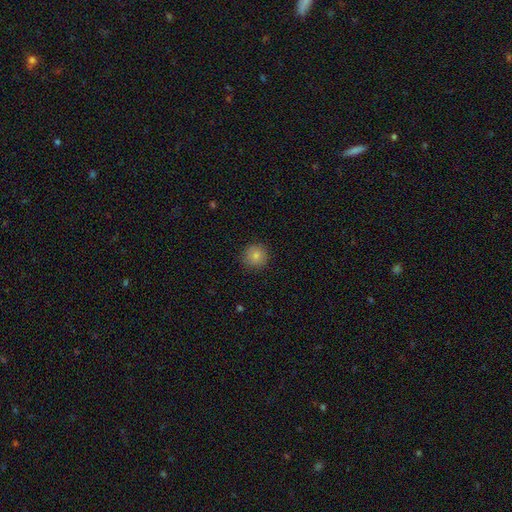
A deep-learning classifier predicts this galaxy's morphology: Smooth or featured?
  - smooth: 82% *
  - star or artifact: 10%
  - featured or disk: 8%
How rounded?
  - round: 94% *
  - in between: 5%
  - cigar-shaped: 1%
Merging?
  - none: 89% *
  - minor disturbance: 8%
  - major disturbance: 2%
  - merger: 1%